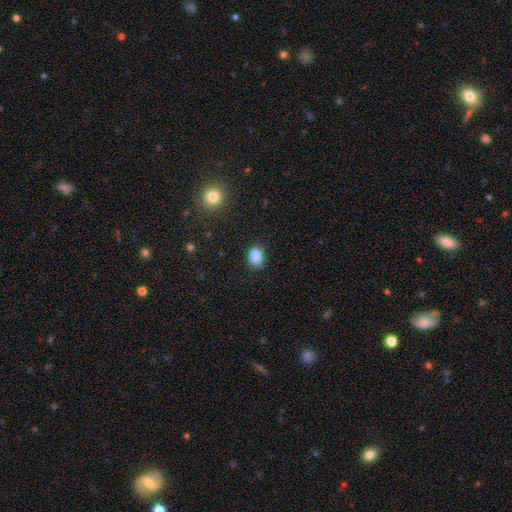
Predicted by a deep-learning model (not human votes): A smooth galaxy with no disk features (86%) that is in between round and cigar-shaped (70%).

Vote fractions:
- Smooth or featured? smooth: 86% / star or artifact: 10% / featured or disk: 5%
- How rounded? in between: 70% / round: 29% / cigar-shaped: 1%
- Merging? none: 81% / minor disturbance: 14% / major disturbance: 3% / merger: 2%